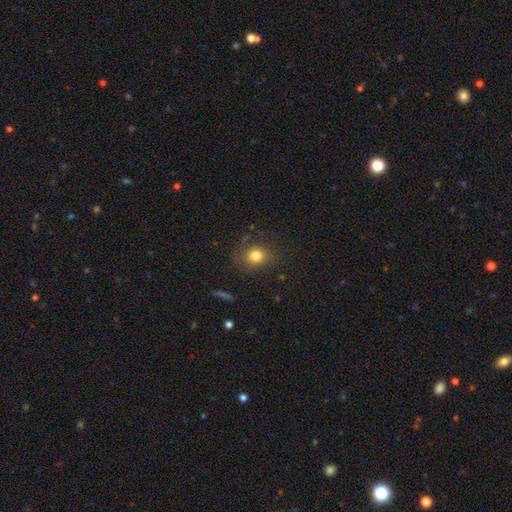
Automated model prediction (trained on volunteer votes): Overall: smooth (79%). How rounded: round (77%). Merging: none (80%).